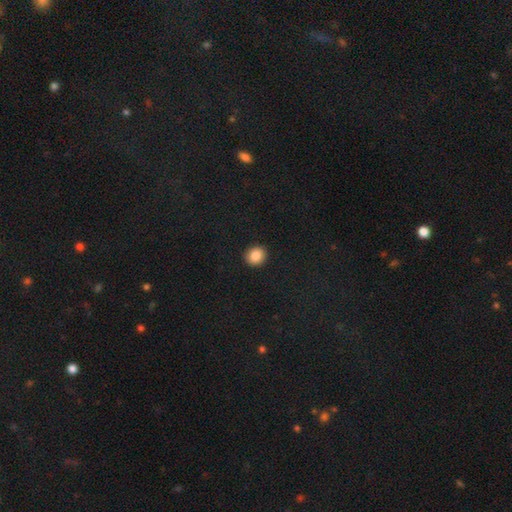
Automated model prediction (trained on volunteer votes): A smooth galaxy with no disk features (86%) that is round (83%).

Vote fractions:
- Smooth or featured? smooth: 86% / star or artifact: 9% / featured or disk: 5%
- How rounded? round: 83% / in between: 16% / cigar-shaped: 1%
- Merging? none: 92% / minor disturbance: 5% / major disturbance: 2% / merger: 1%